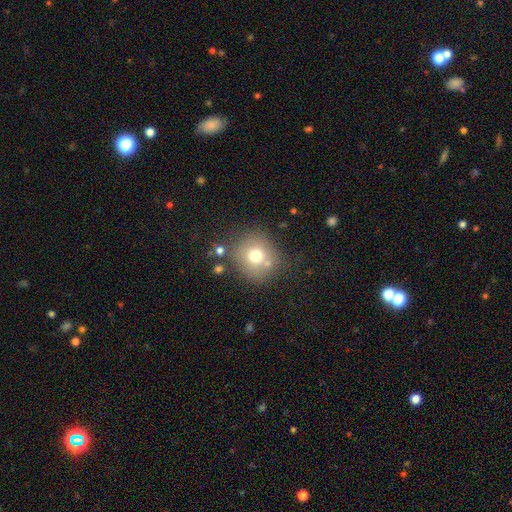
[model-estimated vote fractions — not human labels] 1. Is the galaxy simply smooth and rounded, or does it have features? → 70% smooth, 16% featured or disk, 14% star or artifact.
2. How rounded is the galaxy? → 87% round, 13% in between, 1% cigar-shaped.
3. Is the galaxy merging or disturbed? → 70% none, 14% minor disturbance, 10% merger, 6% major disturbance.